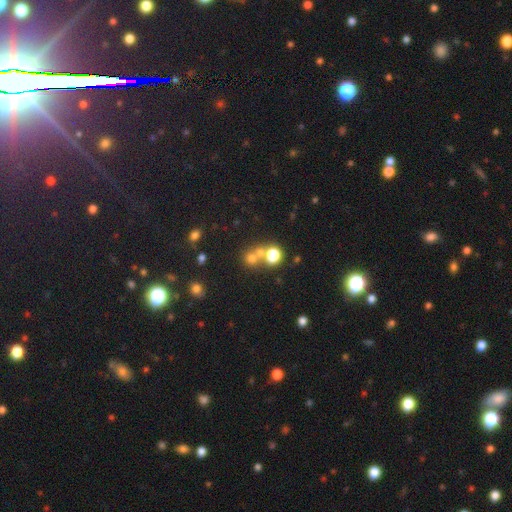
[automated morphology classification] smooth-or-featured: smooth: 63% | star or artifact: 24% | featured or disk: 12%
  how-rounded: round: 84% | in between: 15% | cigar-shaped: 1%
  merging: none: 50% | merger: 39% | minor disturbance: 7% | major disturbance: 4%